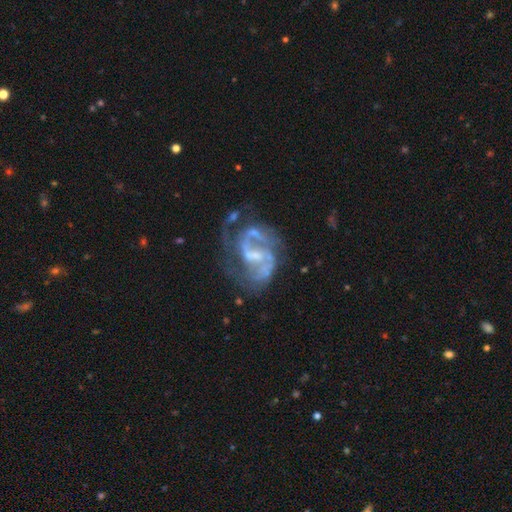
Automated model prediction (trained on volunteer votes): This is clearly a featured or disk galaxy (86%). It is clearly not viewed edge-on (98%). Bar: possibly weak (51%). Spiral arm pattern: clearly yes (90%). Spiral arm count: likely 2 (63%). Spiral winding: possibly medium (51%). Central bulge: marginally small (44%). Merging: marginally none (43%).